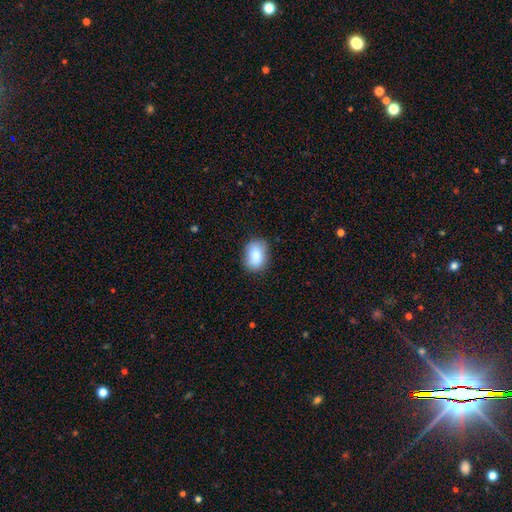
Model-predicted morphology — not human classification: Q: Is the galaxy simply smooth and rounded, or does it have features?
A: smooth — 85%.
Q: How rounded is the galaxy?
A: in between — 75%.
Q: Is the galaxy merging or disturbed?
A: none — 80%.